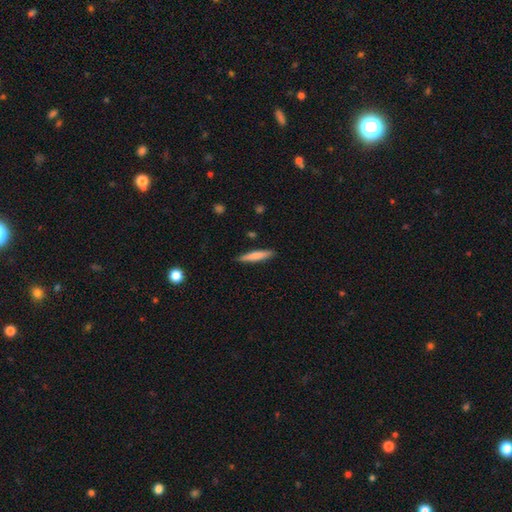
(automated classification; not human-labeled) smooth 74%, featured or disk 20%, star or artifact 6%. Down the decision tree: how rounded — cigar-shaped (89%); merging — none (89%).